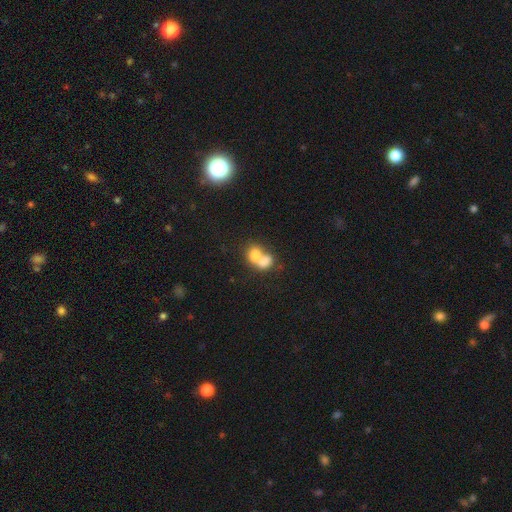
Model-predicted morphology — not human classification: This is likely a smooth galaxy (72%). How rounded: possibly in between (51%). Merging: likely merger (74%).